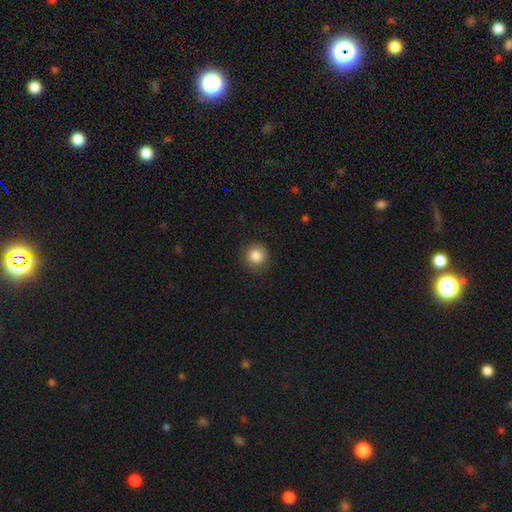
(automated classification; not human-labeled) Smooth or featured?
  - smooth: 84% *
  - star or artifact: 10%
  - featured or disk: 6%
How rounded?
  - round: 92% *
  - in between: 7%
  - cigar-shaped: 1%
Merging?
  - none: 86% *
  - minor disturbance: 10%
  - major disturbance: 3%
  - merger: 1%